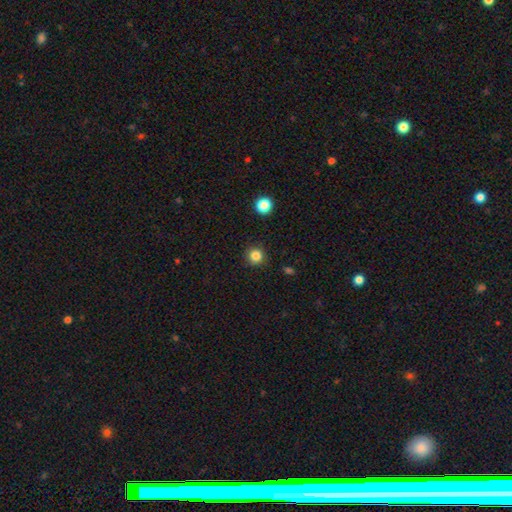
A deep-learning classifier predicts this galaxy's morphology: Smooth or featured? smooth (84%)
How rounded? round (94%)
Merging? none (90%)